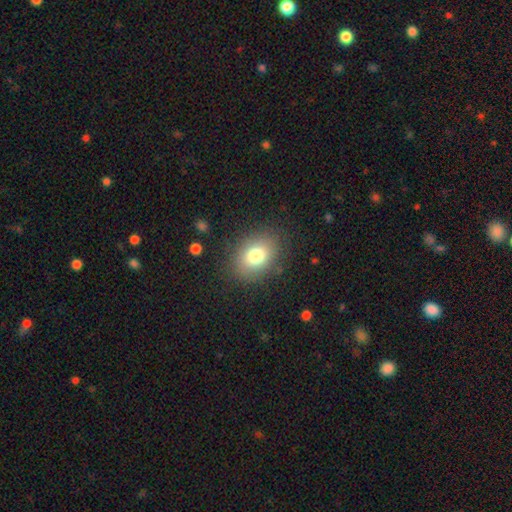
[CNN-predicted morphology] Smooth or featured? Predicted: smooth (p=0.78). How rounded? Predicted: in between (p=0.61). Merging? Predicted: none (p=0.84).